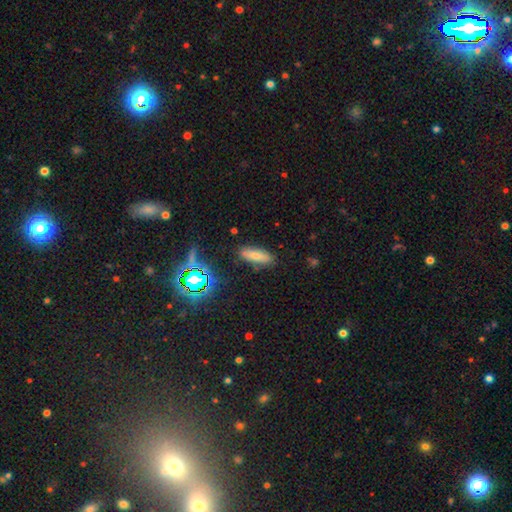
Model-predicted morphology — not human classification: This is likely a smooth galaxy (71%). How rounded: possibly in between (58%). Merging: clearly none (84%).